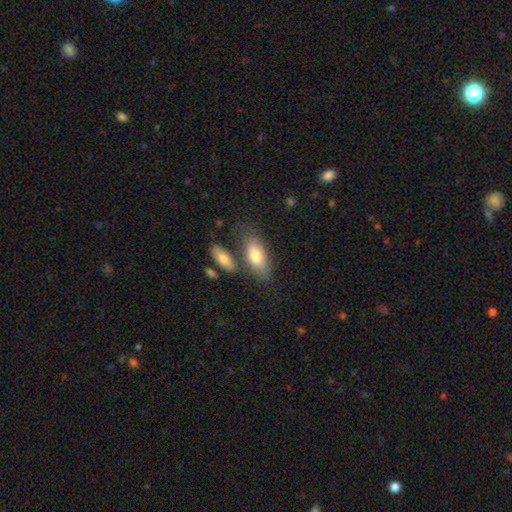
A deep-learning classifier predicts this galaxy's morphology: smooth 76%, featured or disk 18%, star or artifact 6%. Down the decision tree: how rounded — in between (85%); merging — none (60%).